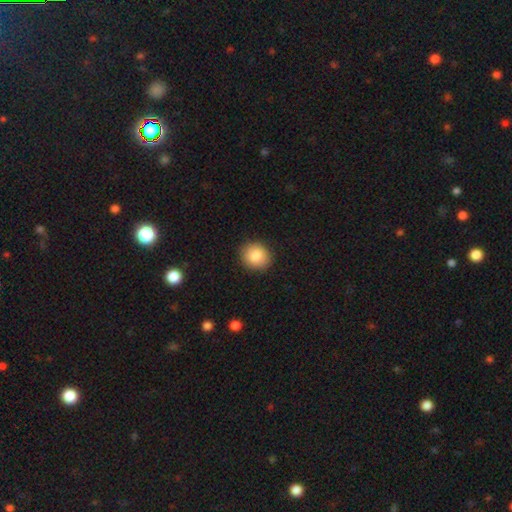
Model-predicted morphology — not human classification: Smooth or featured?
  - smooth: 86% *
  - star or artifact: 8%
  - featured or disk: 6%
How rounded?
  - round: 74% *
  - in between: 25%
  - cigar-shaped: 1%
Merging?
  - none: 89% *
  - minor disturbance: 8%
  - major disturbance: 2%
  - merger: 1%